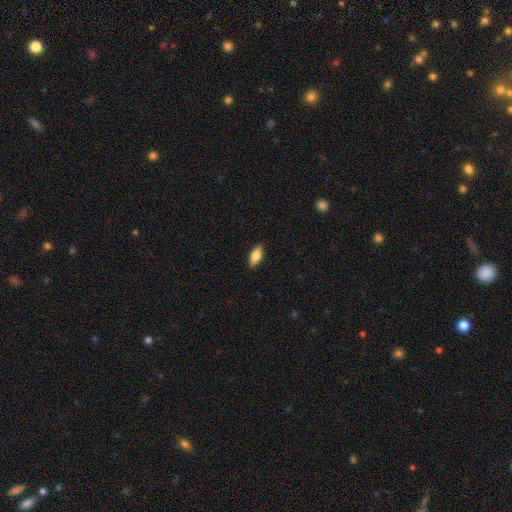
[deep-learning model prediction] The model was most divided on "smooth or featured": smooth: 76%, featured or disk: 18%, star or artifact: 6%. More confident: merging — none (88%); how rounded — in between (80%).